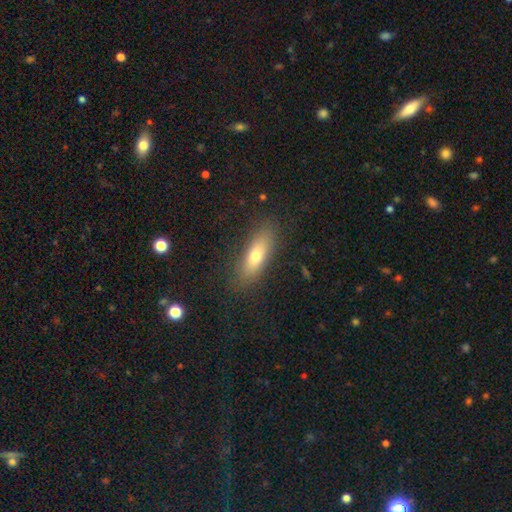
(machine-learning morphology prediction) smooth-or-featured: smooth: 68% | featured or disk: 24% | star or artifact: 9%
  how-rounded: in between: 55% | cigar-shaped: 42% | round: 4%
  merging: none: 85% | minor disturbance: 10% | major disturbance: 3% | merger: 1%